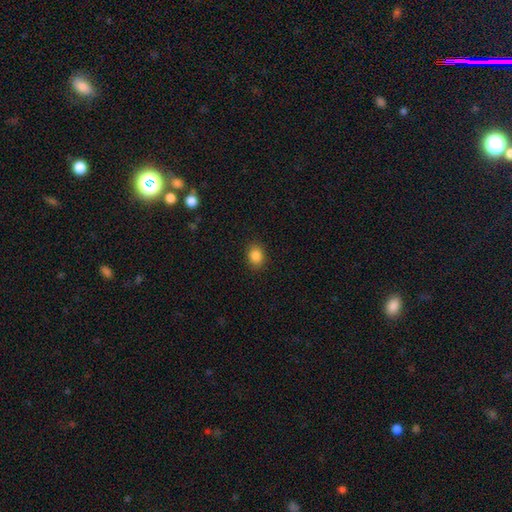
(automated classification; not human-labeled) A smooth galaxy with no disk features (85%) that is round (50%).

Vote fractions:
- Smooth or featured? smooth: 85% / star or artifact: 10% / featured or disk: 4%
- How rounded? round: 50% / in between: 49% / cigar-shaped: 1%
- Merging? none: 89% / minor disturbance: 8% / major disturbance: 2% / merger: 1%